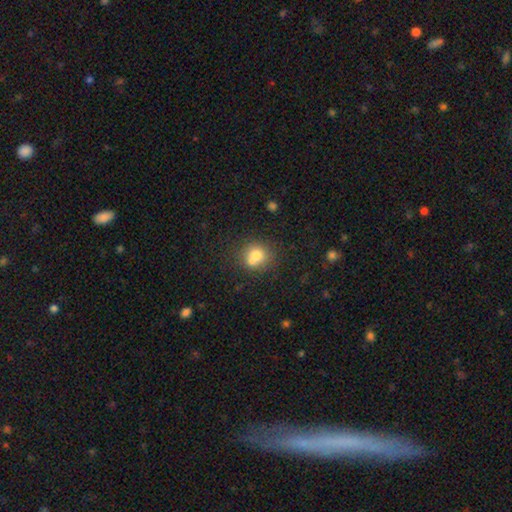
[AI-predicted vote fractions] A smooth galaxy with no disk features (72%) that is round (80%).

Vote fractions:
- Smooth or featured? smooth: 72% / featured or disk: 16% / star or artifact: 12%
- How rounded? round: 80% / in between: 19% / cigar-shaped: 1%
- Merging? none: 46% / merger: 39% / minor disturbance: 11% / major disturbance: 4%